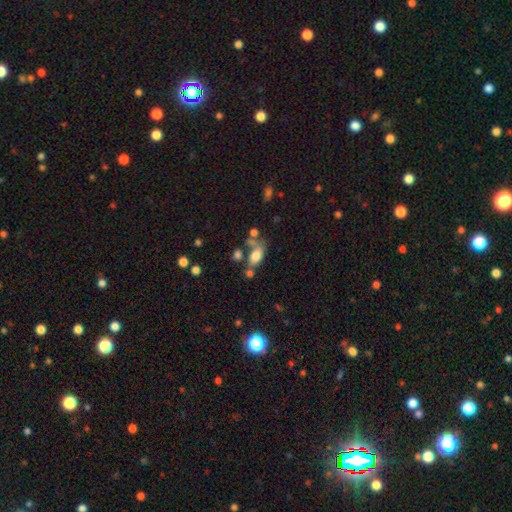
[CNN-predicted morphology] A smooth galaxy with no disk features (74%) that is in between round and cigar-shaped (87%).

Vote fractions:
- Smooth or featured? smooth: 74% / featured or disk: 15% / star or artifact: 11%
- How rounded? in between: 87% / round: 9% / cigar-shaped: 5%
- Merging? none: 39% / merger: 29% / minor disturbance: 17% / major disturbance: 15%